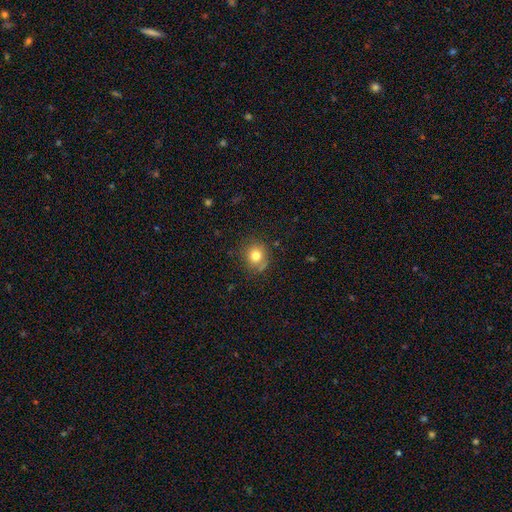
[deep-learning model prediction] Smooth or featured: smooth — 78% (star or artifact — 12%)
How rounded: round — 82% (in between — 17%)
Merging: none — 75% (minor disturbance — 17%)